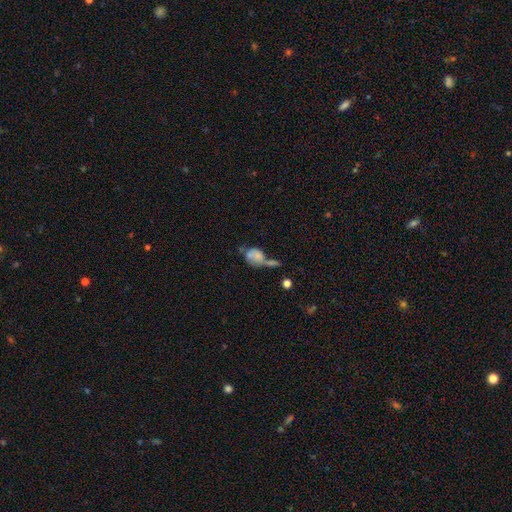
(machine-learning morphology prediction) smooth-or-featured: smooth: 56% | featured or disk: 33% | star or artifact: 11%
  how-rounded: in between: 64% | round: 33% | cigar-shaped: 3%
  merging: merger: 46% | major disturbance: 23% | none: 18% | minor disturbance: 14%